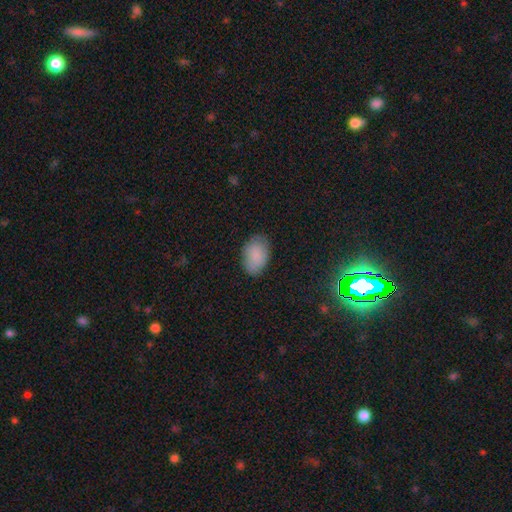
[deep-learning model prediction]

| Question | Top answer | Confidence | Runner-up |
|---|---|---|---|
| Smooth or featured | smooth | 86% | featured or disk (7%) |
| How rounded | in between | 90% | round (9%) |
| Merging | none | 80% | minor disturbance (16%) |